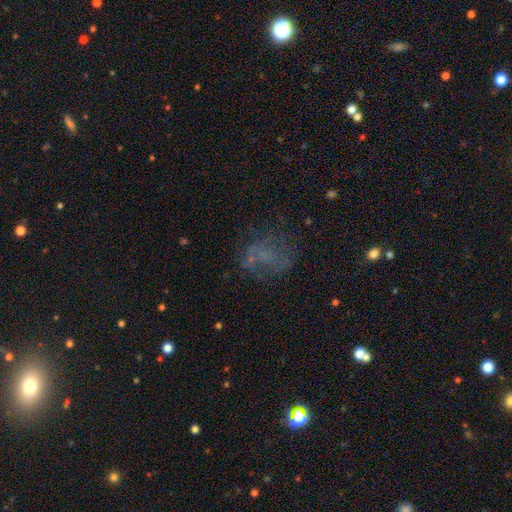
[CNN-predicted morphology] The model was most divided on "smooth or featured": featured or disk: 38%, smooth: 37%, star or artifact: 24%. More confident: merging — none (51%).